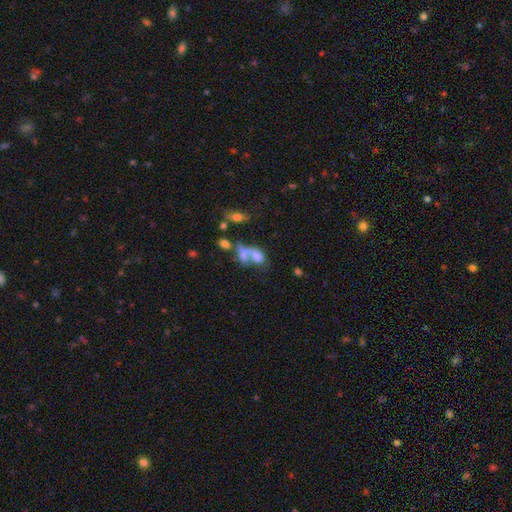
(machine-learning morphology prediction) Smooth or featured? smooth (56%)
How rounded? in between (68%)
Merging? merger (54%)